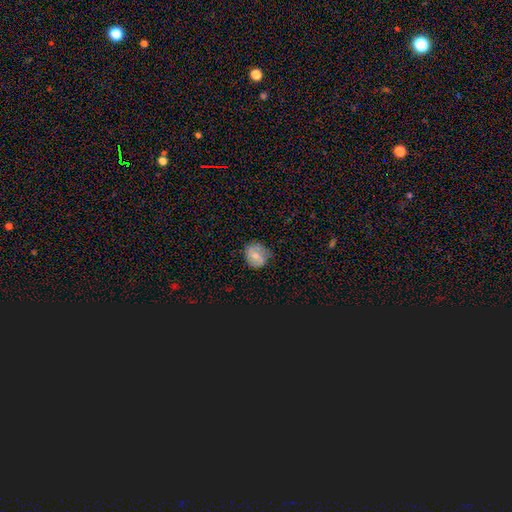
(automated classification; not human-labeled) Morphology: type=smooth (64%); roundness=round (71%); merging=none (68%).